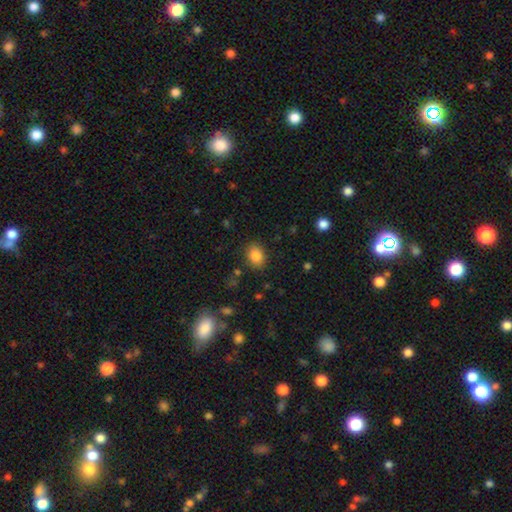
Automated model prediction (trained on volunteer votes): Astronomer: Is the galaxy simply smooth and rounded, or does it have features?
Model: smooth — 85%.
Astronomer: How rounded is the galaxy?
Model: in between — 62% (runner-up: round, 37%).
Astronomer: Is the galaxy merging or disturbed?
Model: none — 86%.